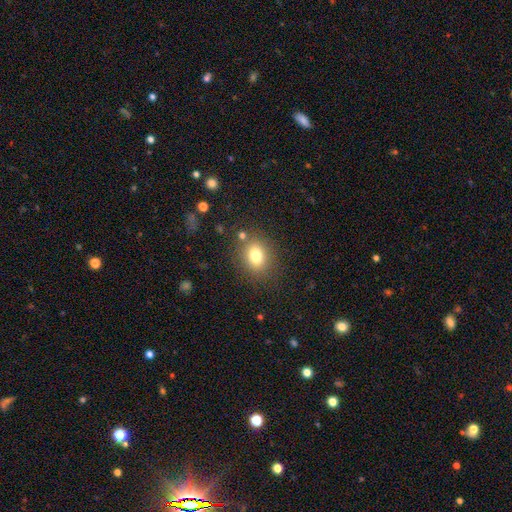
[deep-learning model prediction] A smooth galaxy with no disk features (77%) that is round (52%).

Vote fractions:
- Smooth or featured? smooth: 77% / star or artifact: 12% / featured or disk: 11%
- How rounded? round: 52% / in between: 47% / cigar-shaped: 1%
- Merging? none: 80% / minor disturbance: 11% / merger: 5% / major disturbance: 4%